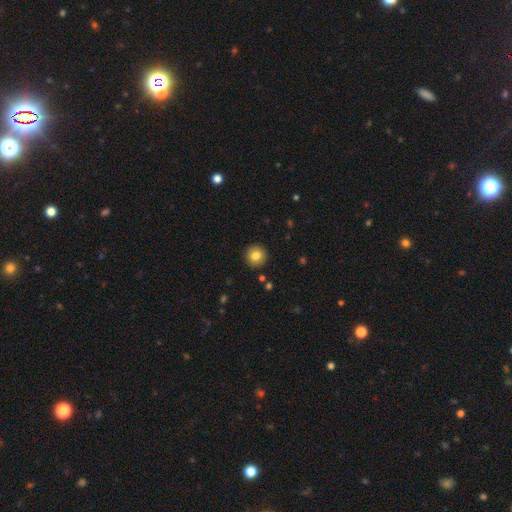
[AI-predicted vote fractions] smooth_or_featured: smooth (p=0.82) [alt: star or artifact p=0.09]
how_rounded: round (p=0.95) [alt: in between p=0.04]
merging: none (p=0.93) [alt: minor disturbance p=0.05]